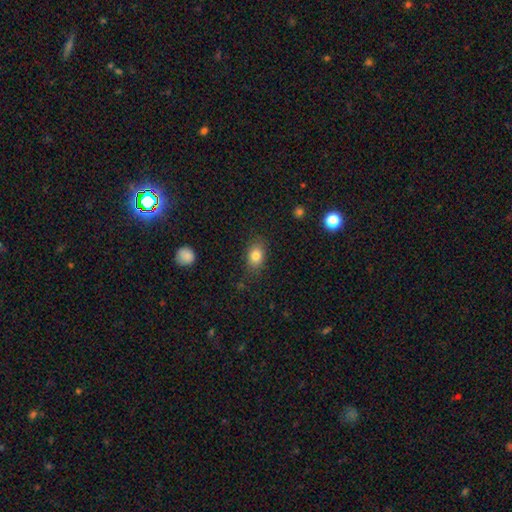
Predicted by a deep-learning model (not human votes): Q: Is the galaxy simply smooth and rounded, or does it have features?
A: smooth — 82%.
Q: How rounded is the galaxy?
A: in between — 70%.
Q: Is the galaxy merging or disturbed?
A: none — 80%.